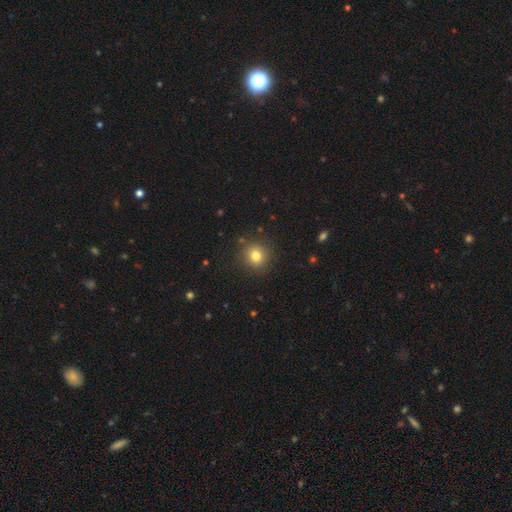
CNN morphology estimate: Smooth or featured? Predicted: smooth (p=0.79). How rounded? Predicted: round (p=0.90). Merging? Predicted: none (p=0.89).